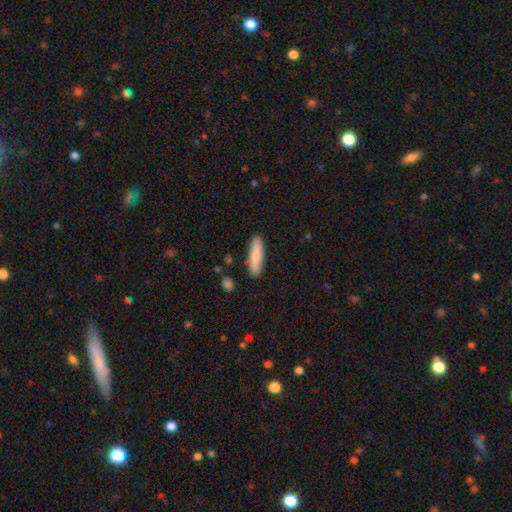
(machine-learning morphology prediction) This appears to be a smooth galaxy with no disk features (76%) that is cigar-shaped (73%). Merging: none (86%).